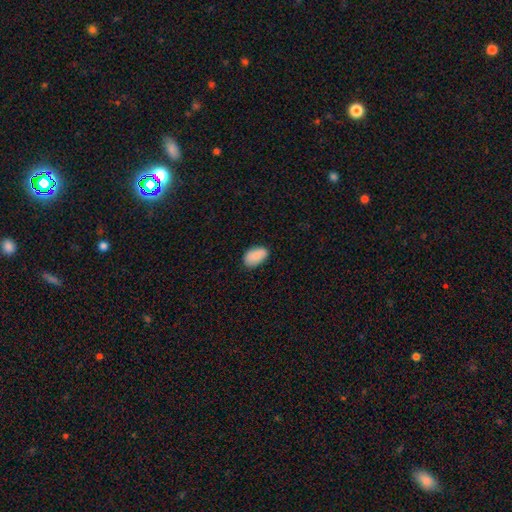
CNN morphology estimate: A smooth galaxy with no disk features (86%) that is in between round and cigar-shaped (93%). Merging: none (82%).